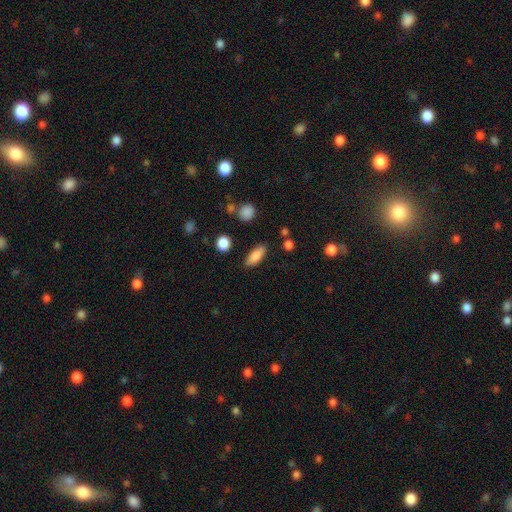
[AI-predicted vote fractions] smooth_or_featured: smooth (p=0.83) [alt: featured or disk p=0.09]
how_rounded: in between (p=0.72) [alt: cigar-shaped p=0.24]
merging: none (p=0.84) [alt: minor disturbance p=0.11]